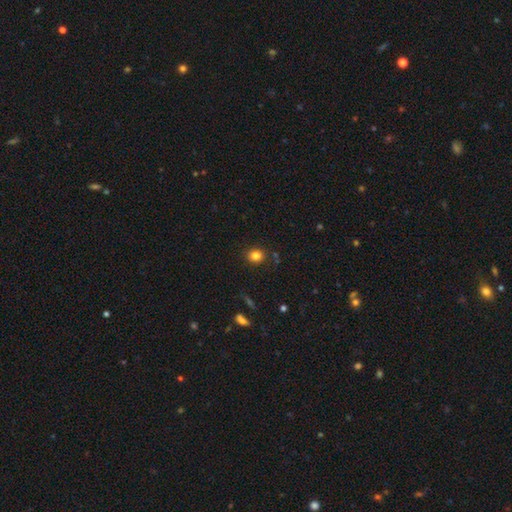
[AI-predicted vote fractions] Smooth or featured: smooth — 82% (star or artifact — 12%)
How rounded: round — 74% (in between — 25%)
Merging: none — 87% (minor disturbance — 8%)